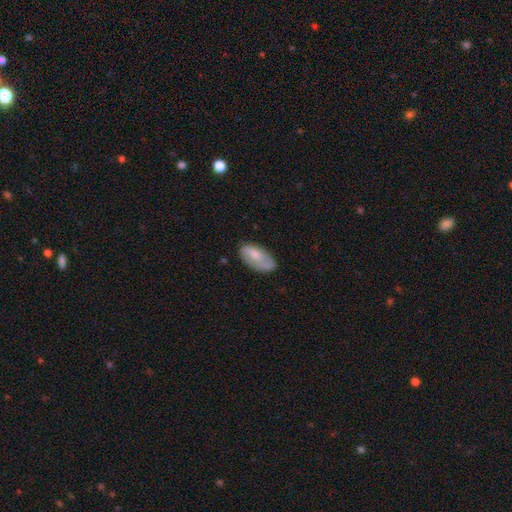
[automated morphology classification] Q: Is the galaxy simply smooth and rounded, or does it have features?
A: smooth — 64%.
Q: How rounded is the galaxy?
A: in between — 93%.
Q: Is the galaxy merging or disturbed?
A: none — 62%.